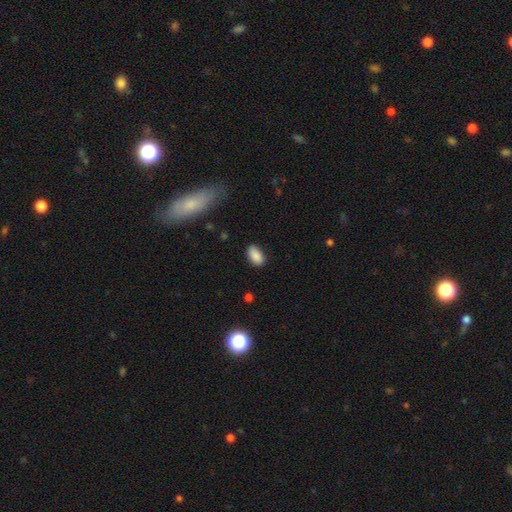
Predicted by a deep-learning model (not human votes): smooth-or-featured: smooth: 88% | star or artifact: 8% | featured or disk: 5%
  how-rounded: in between: 93% | round: 5% | cigar-shaped: 2%
  merging: none: 81% | minor disturbance: 15% | major disturbance: 3% | merger: 1%